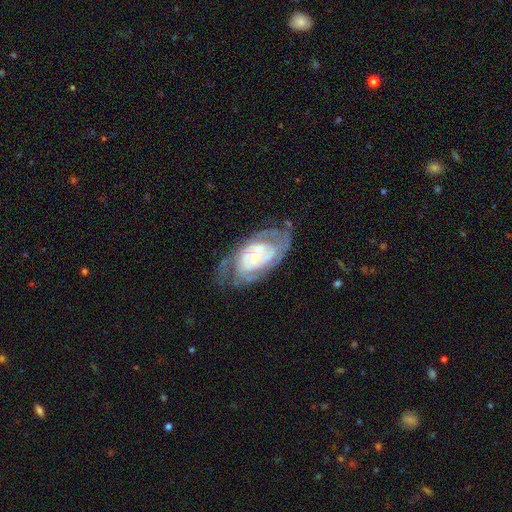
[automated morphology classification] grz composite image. It shows a featured or disk galaxy (80%) with no bar (42%), 2 (38%) tight (58%) spiral arms (91%) and a small central bulge (48%). Merging: none (62%).